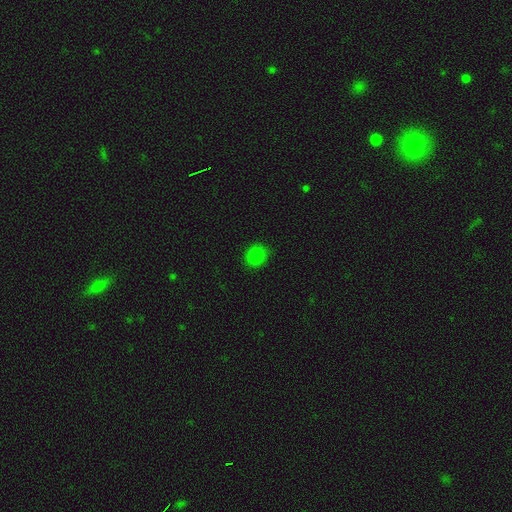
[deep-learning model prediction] smooth-or-featured: smooth: 82% | star or artifact: 15% | featured or disk: 3%
  how-rounded: round: 70% | in between: 29% | cigar-shaped: 1%
  merging: none: 86% | minor disturbance: 10% | major disturbance: 3% | merger: 1%